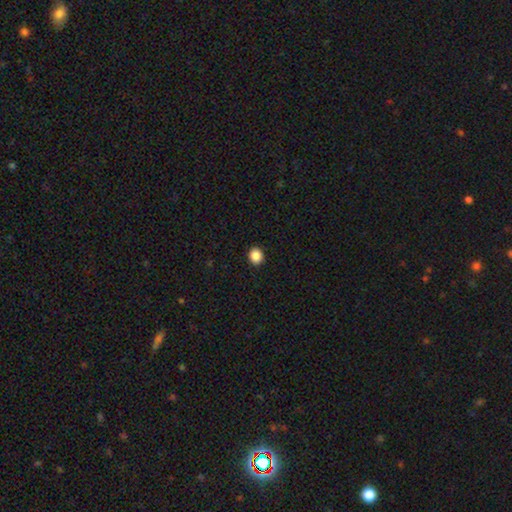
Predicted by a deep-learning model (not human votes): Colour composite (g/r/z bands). It shows a smooth galaxy with no disk features (87%) that is round (74%). Merging: none (93%).